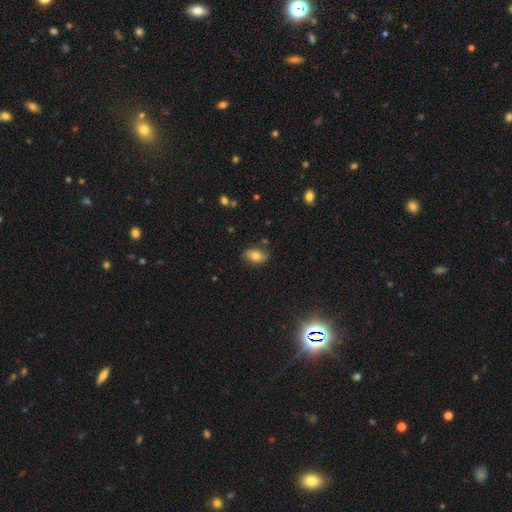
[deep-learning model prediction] Overall: smooth (73%). How rounded: in between (88%). Merging: none (77%).